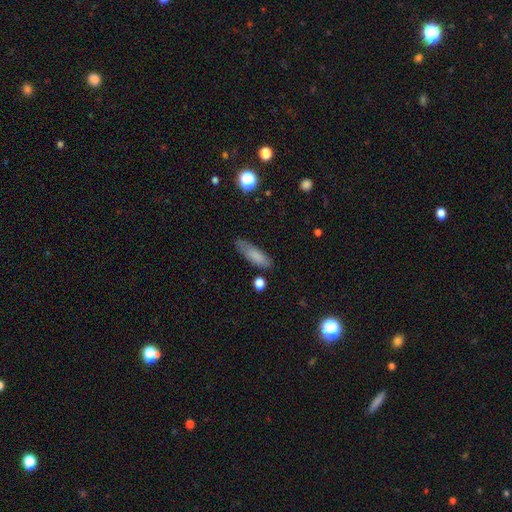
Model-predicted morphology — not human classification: Smooth or featured?
  - smooth: 80% *
  - featured or disk: 12%
  - star or artifact: 8%
How rounded?
  - in between: 50% *
  - cigar-shaped: 48%
  - round: 2%
Merging?
  - none: 70% *
  - minor disturbance: 21%
  - major disturbance: 5%
  - merger: 3%